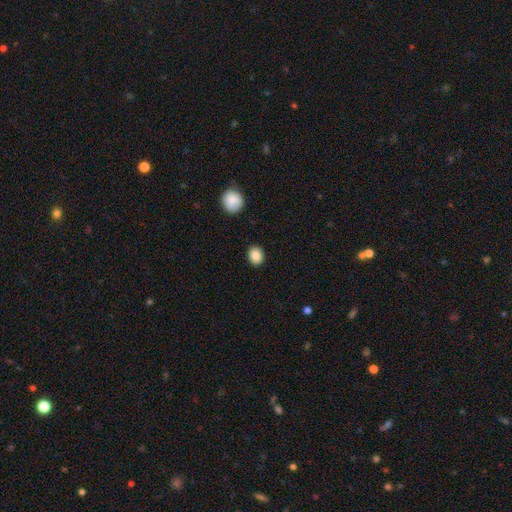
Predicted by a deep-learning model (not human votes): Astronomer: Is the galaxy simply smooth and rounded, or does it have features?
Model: smooth — 88%.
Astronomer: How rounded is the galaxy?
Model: in between — 51% (runner-up: round, 48%).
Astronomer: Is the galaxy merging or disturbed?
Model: none — 89%.